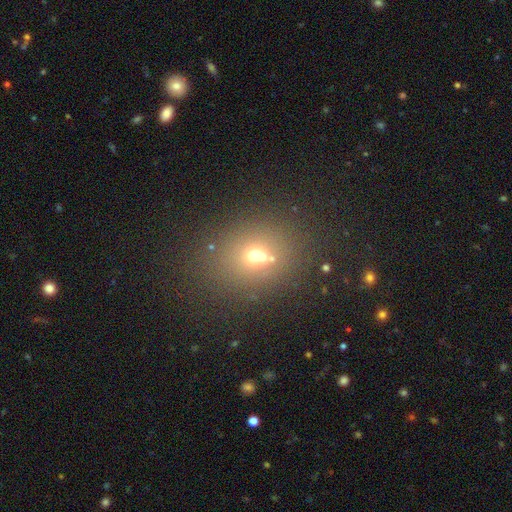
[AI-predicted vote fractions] Smooth or featured? smooth (57%)
How rounded? round (58%)
Merging? none (60%)